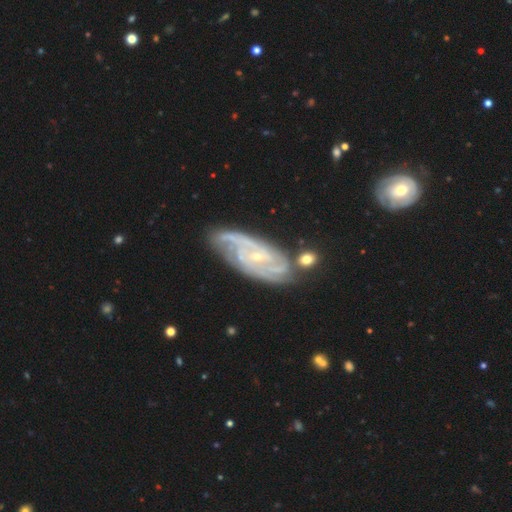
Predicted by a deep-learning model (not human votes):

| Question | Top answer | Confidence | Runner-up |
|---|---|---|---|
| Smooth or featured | featured or disk | 88% | smooth (7%) |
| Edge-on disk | no | 93% | yes (7%) |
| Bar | no | 57% | weak (33%) |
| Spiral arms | yes | 97% | no (3%) |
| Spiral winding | tight | 59% | medium (33%) |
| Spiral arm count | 2 | 29% | 3 (25%) |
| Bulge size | small | 78% | moderate (18%) |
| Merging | none | 66% | minor disturbance (22%) |